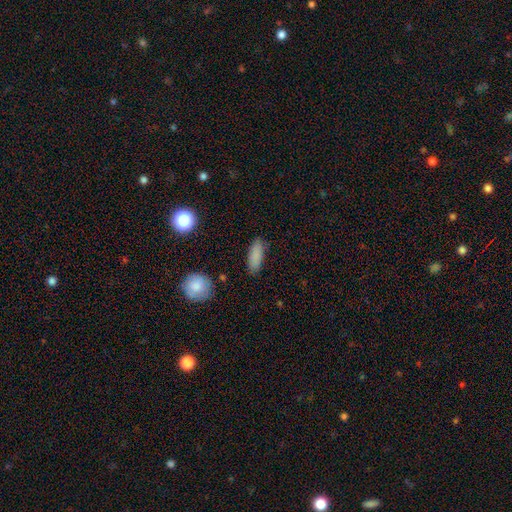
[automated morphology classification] The model was most divided on "how rounded": in between: 67%, cigar-shaped: 30%, round: 2%. More confident: smooth or featured — smooth (85%); merging — none (81%).